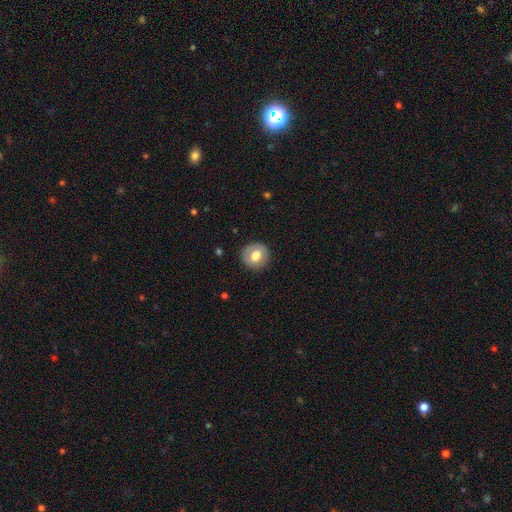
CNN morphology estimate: smooth-or-featured: smooth: 71% | featured or disk: 21% | star or artifact: 7%
  how-rounded: round: 90% | in between: 9% | cigar-shaped: 1%
  merging: none: 86% | minor disturbance: 10% | major disturbance: 3% | merger: 1%